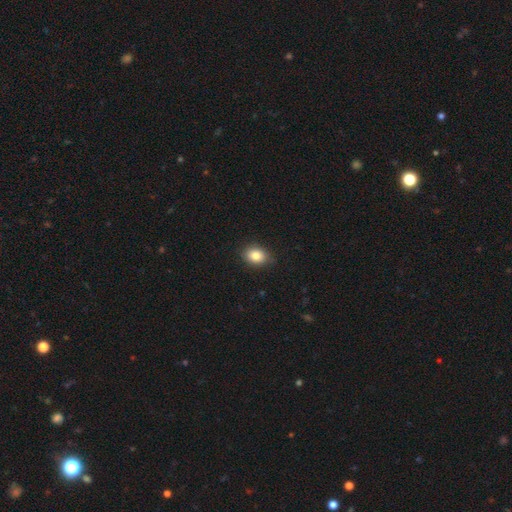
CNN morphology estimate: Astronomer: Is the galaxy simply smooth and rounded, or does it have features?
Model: smooth — 84%.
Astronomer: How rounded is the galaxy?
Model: in between — 62%.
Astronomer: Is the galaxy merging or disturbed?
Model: none — 85%.